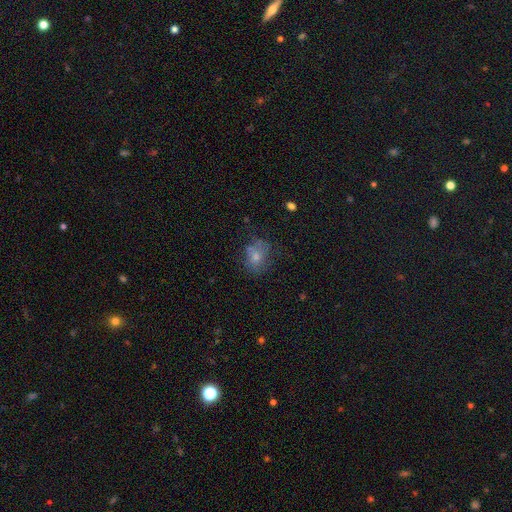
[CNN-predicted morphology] A smooth galaxy with no disk features (67%) that is in between round and cigar-shaped (52%).

Vote fractions:
- Smooth or featured? smooth: 67% / featured or disk: 21% / star or artifact: 12%
- How rounded? in between: 52% / round: 47% / cigar-shaped: 1%
- Merging? none: 51% / minor disturbance: 25% / major disturbance: 16% / merger: 9%